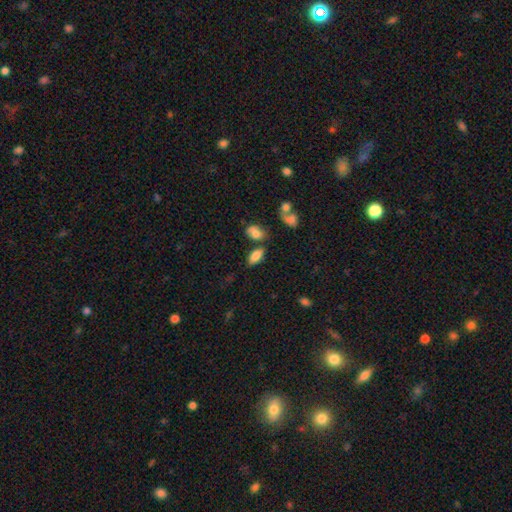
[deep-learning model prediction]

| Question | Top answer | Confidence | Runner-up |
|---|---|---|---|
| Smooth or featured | smooth | 82% | featured or disk (10%) |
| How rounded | in between | 89% | cigar-shaped (8%) |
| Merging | none | 72% | minor disturbance (13%) |